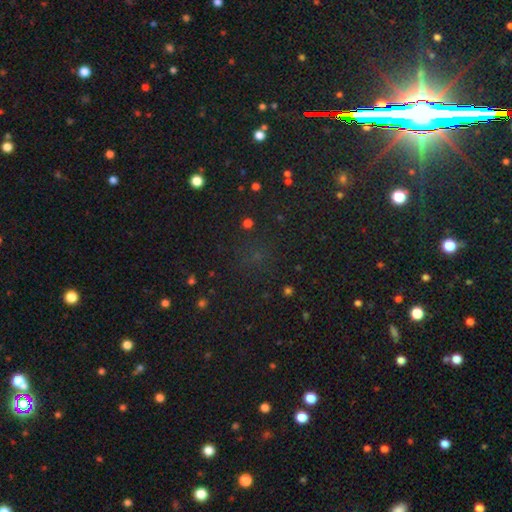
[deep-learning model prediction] This appears to be a star or artifact, not a galaxy (63%).